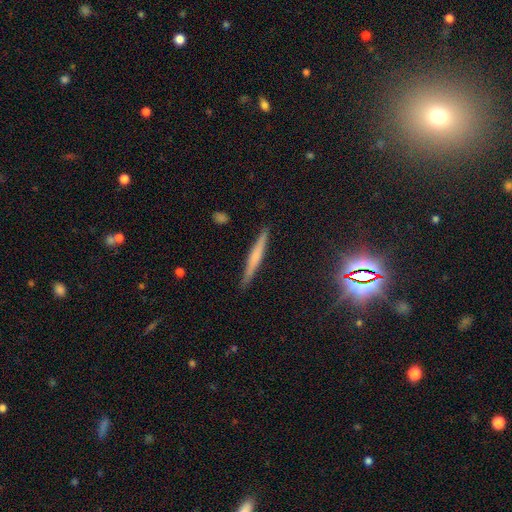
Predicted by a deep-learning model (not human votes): A smooth galaxy with no disk features (45%).

Vote fractions:
- Smooth or featured? smooth: 45% / featured or disk: 43% / star or artifact: 12%
- Merging? none: 89% / minor disturbance: 8% / major disturbance: 2% / merger: 1%